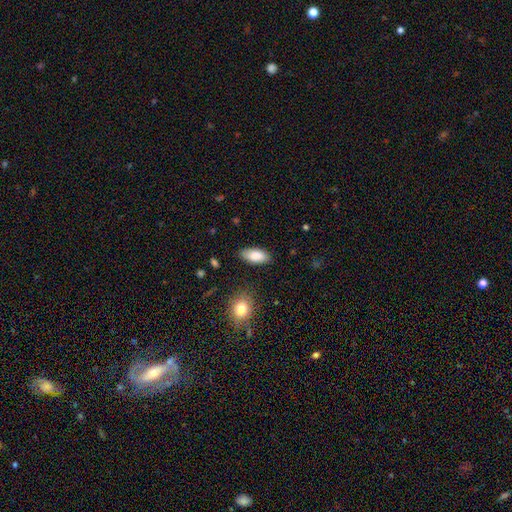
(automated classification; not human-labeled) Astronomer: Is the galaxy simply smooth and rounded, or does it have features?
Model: smooth — 86%.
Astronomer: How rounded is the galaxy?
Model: in between — 89%.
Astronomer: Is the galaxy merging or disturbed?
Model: none — 84%.